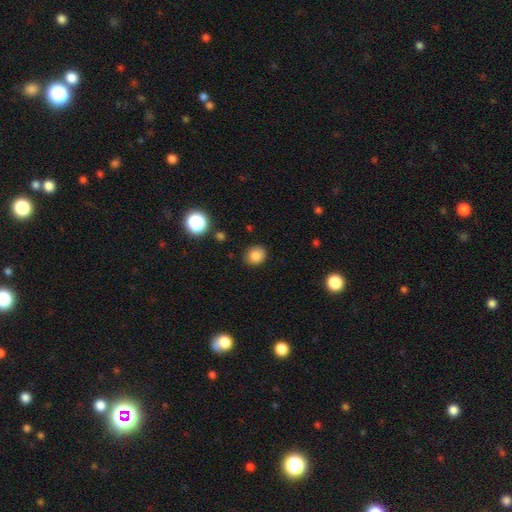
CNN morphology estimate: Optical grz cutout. It shows a smooth galaxy with no disk features (84%) that is round (71%). Merging: none (84%).